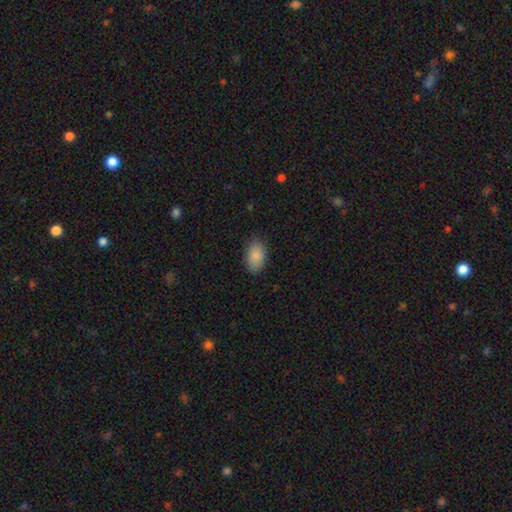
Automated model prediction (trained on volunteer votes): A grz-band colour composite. It shows a smooth galaxy with no disk features (87%) that is in between round and cigar-shaped (92%). Merging: none (84%).